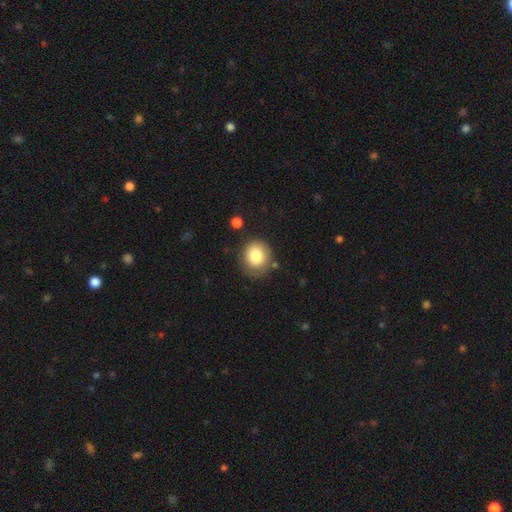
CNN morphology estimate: smooth_or_featured: smooth (p=0.83) [alt: featured or disk p=0.09]
how_rounded: round (p=0.79) [alt: in between p=0.21]
merging: none (p=0.74) [alt: minor disturbance p=0.17]